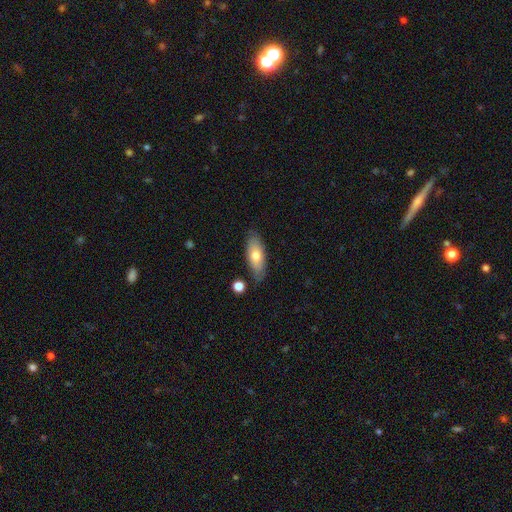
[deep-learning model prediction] Smooth or featured? Predicted: smooth (p=0.69). How rounded? Predicted: in between (p=0.73). Merging? Predicted: none (p=0.78).